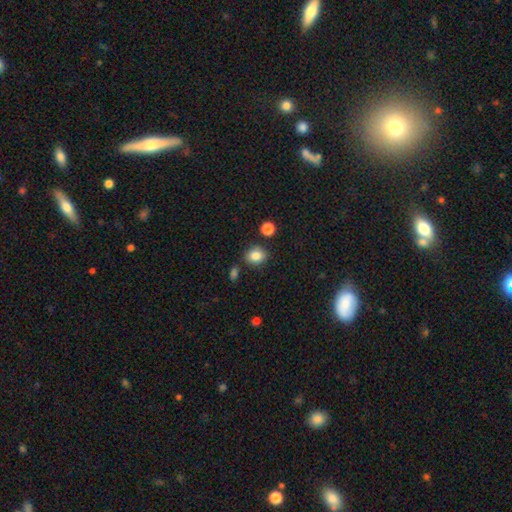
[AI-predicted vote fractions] A smooth galaxy with no disk features (84%) that is round (63%). Merging: none (80%).